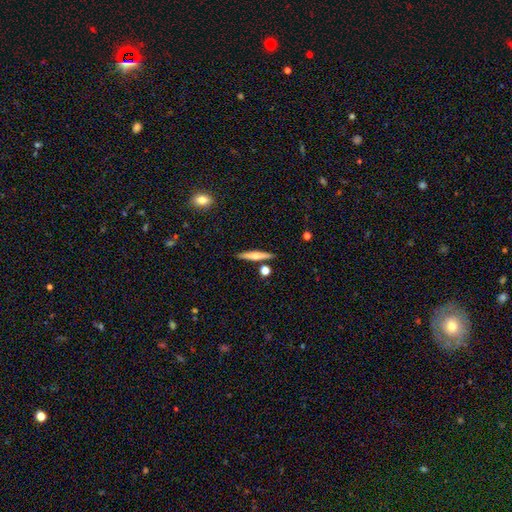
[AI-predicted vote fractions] Morphology: type=smooth (58%); roundness=cigar-shaped (89%); merging=none (85%).